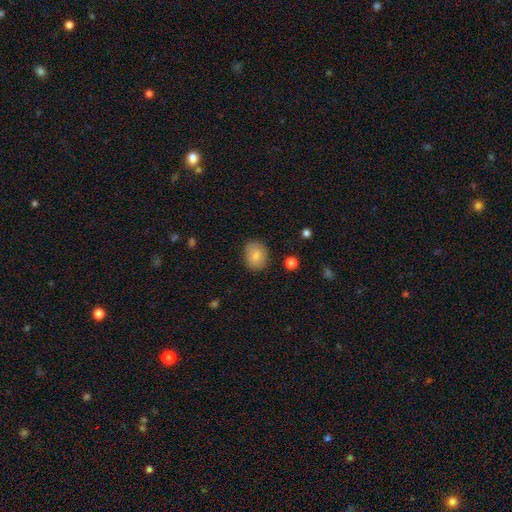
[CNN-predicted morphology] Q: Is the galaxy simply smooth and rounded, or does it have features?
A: smooth — 83%.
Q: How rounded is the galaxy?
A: round — 54%.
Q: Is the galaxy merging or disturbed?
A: none — 84%.